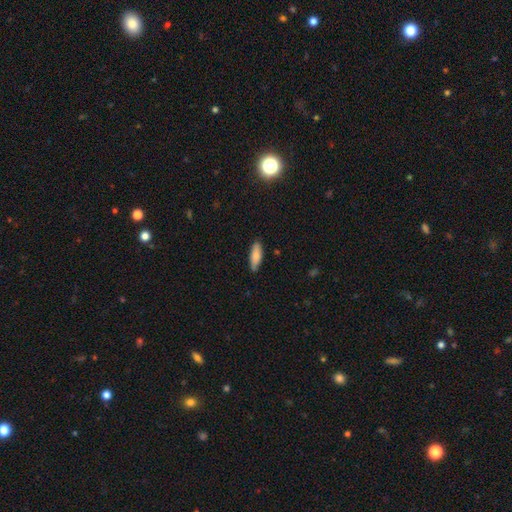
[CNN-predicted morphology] Smooth or featured? Predicted: smooth (p=0.82). How rounded? Predicted: in between (p=0.56). Merging? Predicted: none (p=0.84).